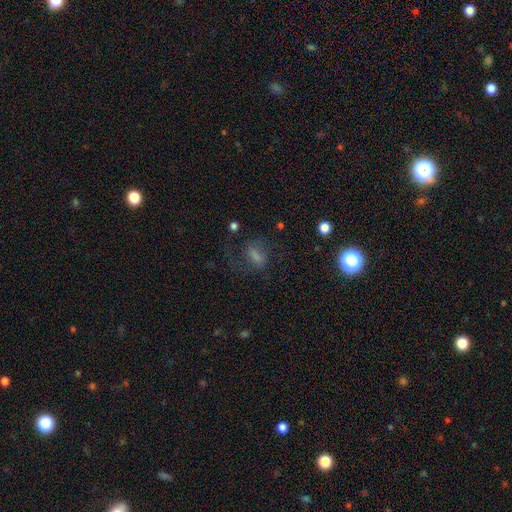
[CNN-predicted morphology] Smooth or featured? Predicted: smooth (p=0.38). Merging? Predicted: none (p=0.61).